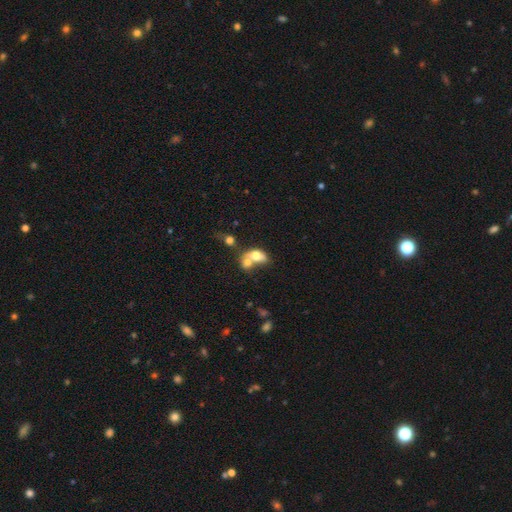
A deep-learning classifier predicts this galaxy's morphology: smooth-or-featured: smooth: 67% | featured or disk: 24% | star or artifact: 9%
  how-rounded: in between: 77% | round: 21% | cigar-shaped: 2%
  merging: merger: 70% | none: 16% | minor disturbance: 8% | major disturbance: 6%